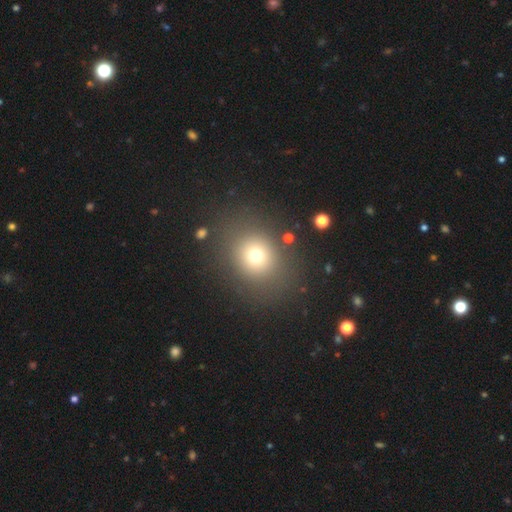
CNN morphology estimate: A smooth galaxy with no disk features (71%) that is round (72%).

Vote fractions:
- Smooth or featured? smooth: 71% / star or artifact: 18% / featured or disk: 11%
- How rounded? round: 72% / in between: 27% / cigar-shaped: 1%
- Merging? none: 82% / minor disturbance: 9% / major disturbance: 6% / merger: 3%